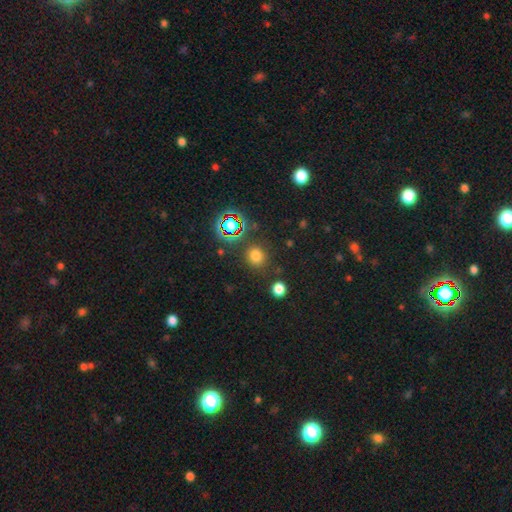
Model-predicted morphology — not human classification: smooth-or-featured: smooth: 70% | star or artifact: 24% | featured or disk: 6%
  how-rounded: round: 84% | in between: 15% | cigar-shaped: 1%
  merging: none: 84% | minor disturbance: 9% | merger: 4% | major disturbance: 4%